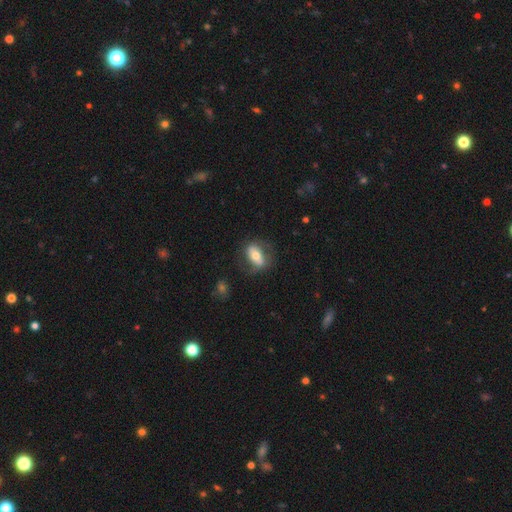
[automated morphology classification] smooth-or-featured: smooth: 53% | featured or disk: 40% | star or artifact: 7%
  how-rounded: in between: 81% | round: 11% | cigar-shaped: 8%
  merging: none: 68% | minor disturbance: 19% | major disturbance: 11% | merger: 2%